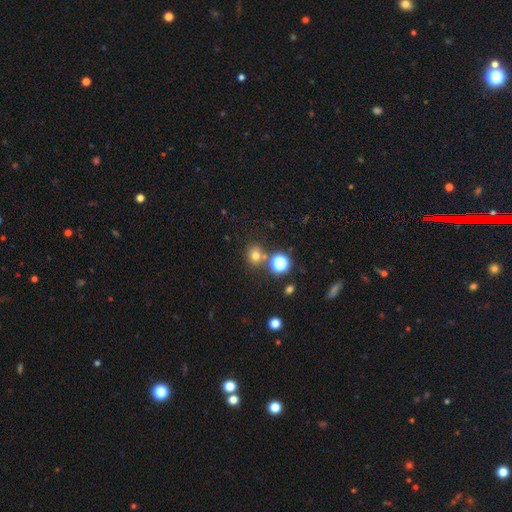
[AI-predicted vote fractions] Smooth or featured?
  - smooth: 70% *
  - star or artifact: 22%
  - featured or disk: 8%
How rounded?
  - round: 82% *
  - in between: 17%
  - cigar-shaped: 1%
Merging?
  - none: 70% *
  - merger: 16%
  - minor disturbance: 10%
  - major disturbance: 4%